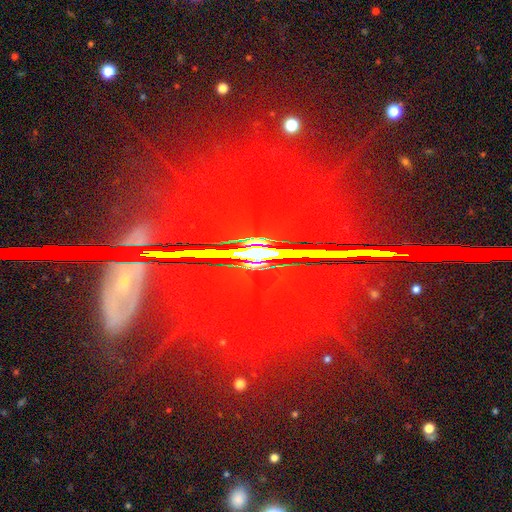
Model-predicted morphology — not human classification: smooth-or-featured: star or artifact: 83% | featured or disk: 11% | smooth: 6%